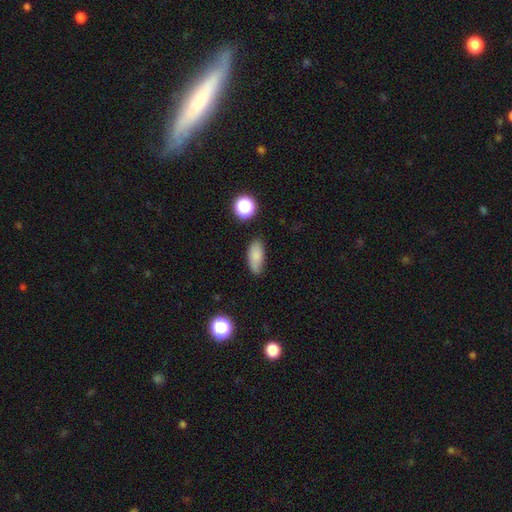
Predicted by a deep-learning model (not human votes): This appears to be a smooth galaxy with no disk features (82%) that is in between round and cigar-shaped (81%). Merging: none (75%).